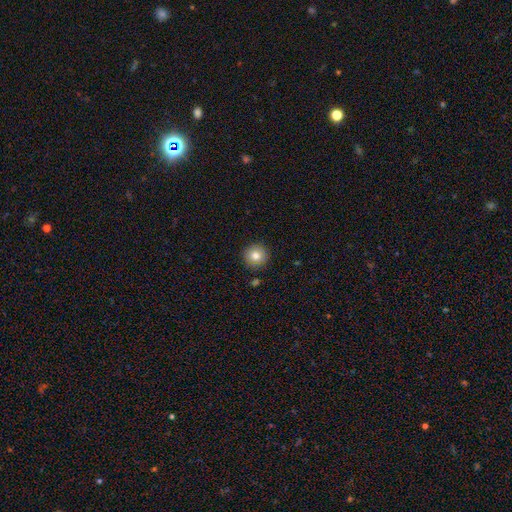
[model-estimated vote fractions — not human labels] A smooth galaxy with no disk features (80%) that is round (95%). Merging: none (90%).